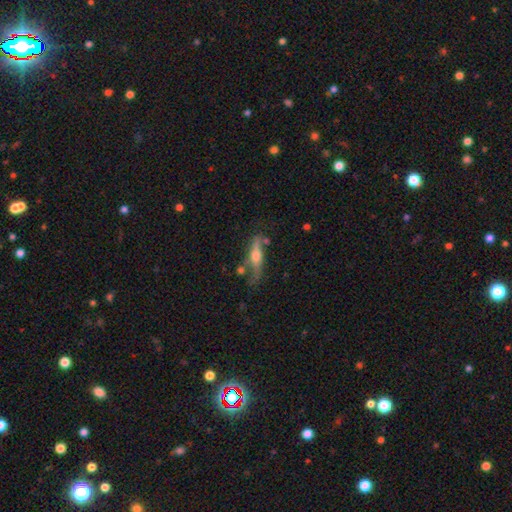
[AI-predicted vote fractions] smooth_or_featured: featured or disk (p=0.61) [alt: smooth p=0.33]
disk_edge_on: yes (p=0.83) [alt: no p=0.17]
edge_on_bulge: rounded (p=0.92) [alt: none p=0.04]
merging: none (p=0.56) [alt: minor disturbance p=0.23]